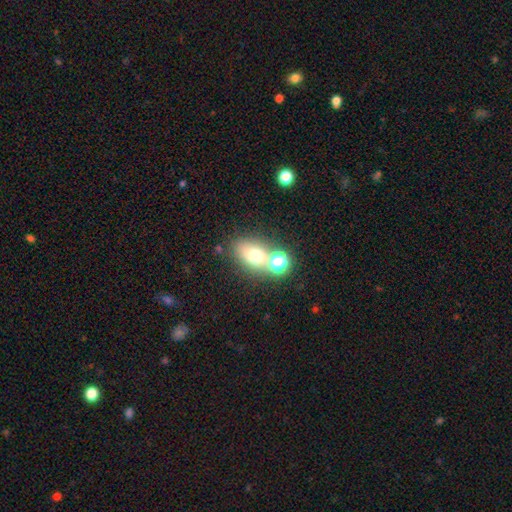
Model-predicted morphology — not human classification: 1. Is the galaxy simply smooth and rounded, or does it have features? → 64% smooth, 19% featured or disk, 17% star or artifact.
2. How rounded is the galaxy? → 65% in between, 33% round, 2% cigar-shaped.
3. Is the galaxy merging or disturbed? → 53% none, 28% merger, 13% minor disturbance, 7% major disturbance.